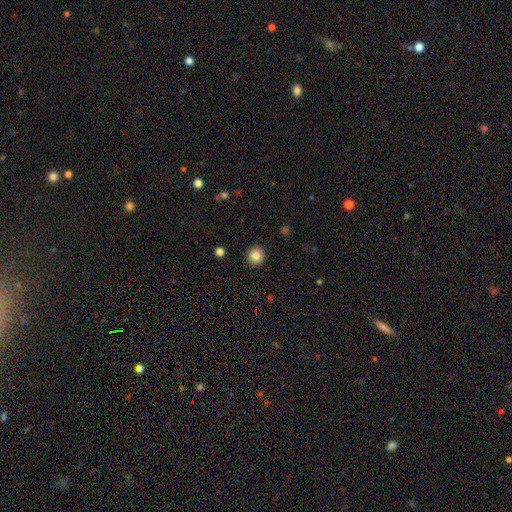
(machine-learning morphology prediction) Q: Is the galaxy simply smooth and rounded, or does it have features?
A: smooth — 84%.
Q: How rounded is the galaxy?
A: round — 93%.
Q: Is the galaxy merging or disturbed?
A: none — 92%.